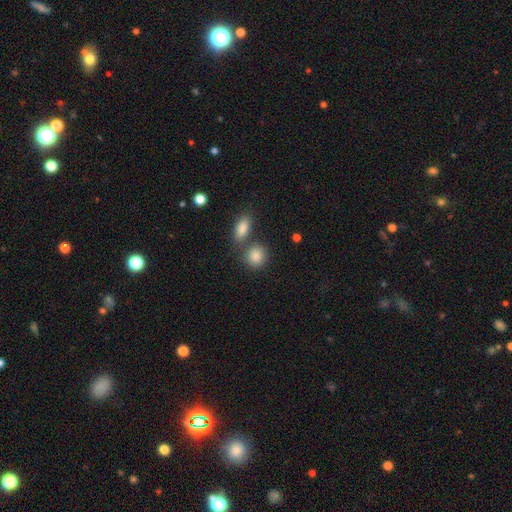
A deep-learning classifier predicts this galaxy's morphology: type=smooth (87%); roundness=round (68%); merging=none (59%).